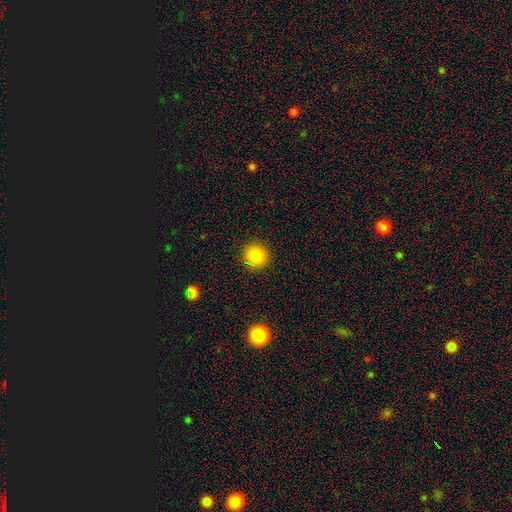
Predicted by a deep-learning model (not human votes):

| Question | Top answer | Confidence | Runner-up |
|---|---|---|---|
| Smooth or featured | smooth | 84% | star or artifact (11%) |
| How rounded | round | 93% | in between (6%) |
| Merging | none | 91% | minor disturbance (6%) |